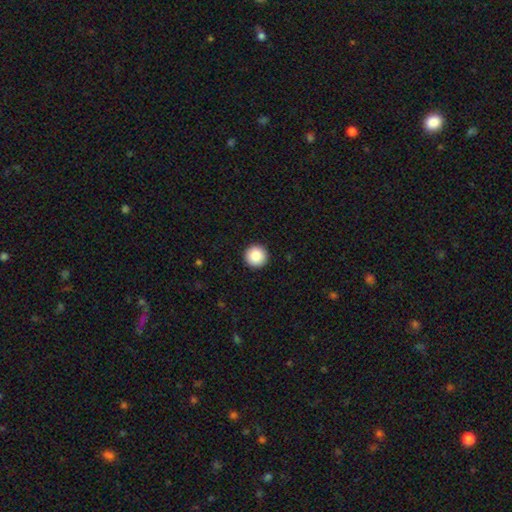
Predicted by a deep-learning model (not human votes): smooth_or_featured: smooth (p=0.88) [alt: star or artifact p=0.08]
how_rounded: round (p=0.97) [alt: in between p=0.02]
merging: none (p=0.94) [alt: minor disturbance p=0.04]